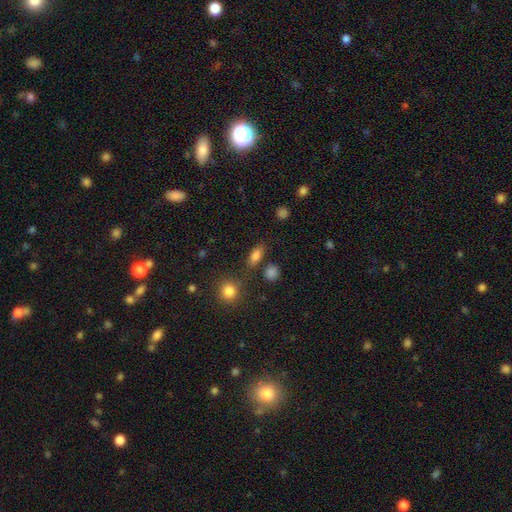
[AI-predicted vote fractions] smooth_or_featured: smooth (p=0.81) [alt: star or artifact p=0.11]
how_rounded: in between (p=0.75) [alt: round p=0.13]
merging: none (p=0.76) [alt: minor disturbance p=0.12]